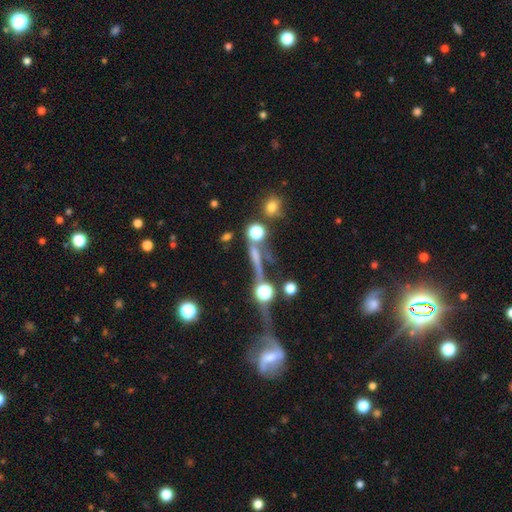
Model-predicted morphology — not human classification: type=featured or disk (51%); edge-on=yes (69%); merging=none (48%).